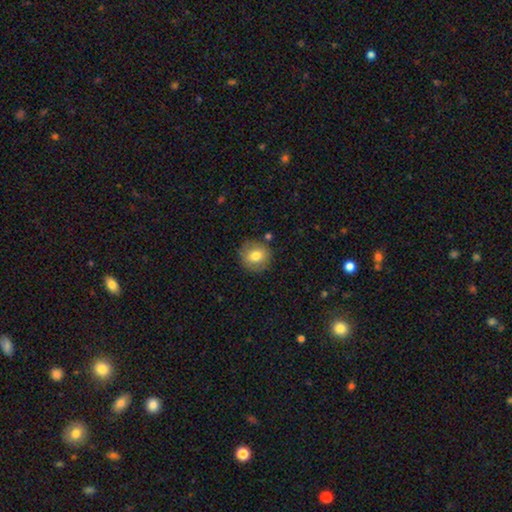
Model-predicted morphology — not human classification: smooth-or-featured: smooth: 77% | featured or disk: 14% | star or artifact: 9%
  how-rounded: round: 87% | in between: 12% | cigar-shaped: 1%
  merging: none: 84% | minor disturbance: 10% | merger: 3% | major disturbance: 3%